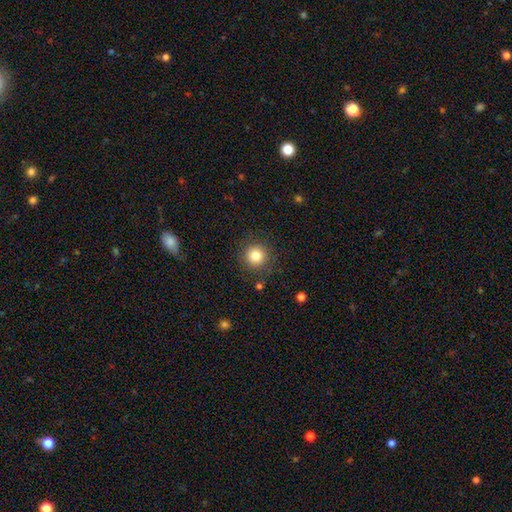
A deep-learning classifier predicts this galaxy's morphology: A smooth galaxy with no disk features (83%) that is round (95%).

Vote fractions:
- Smooth or featured? smooth: 83% / star or artifact: 11% / featured or disk: 6%
- How rounded? round: 95% / in between: 5% / cigar-shaped: 1%
- Merging? none: 88% / minor disturbance: 7% / major disturbance: 3% / merger: 2%